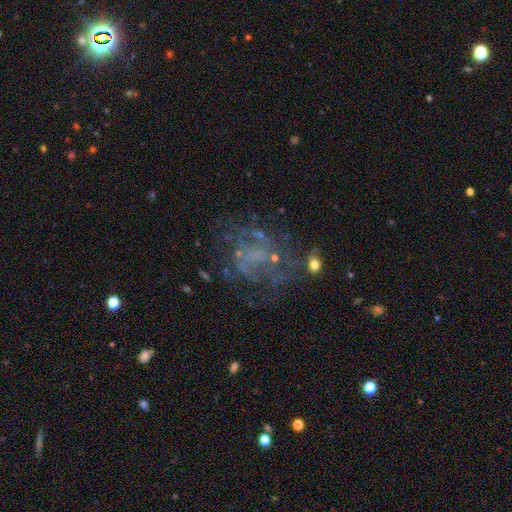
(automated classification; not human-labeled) smooth-or-featured: featured or disk: 61% | star or artifact: 23% | smooth: 17%
  disk-edge-on: no: 98% | yes: 2%
    bar: no: 77% | weak: 19% | strong: 5%
    has-spiral-arms: no: 52% | yes: 48%
    bulge-size: none: 68% | small: 20% | moderate: 9% | large: 2% | dominant: 1%
  merging: none: 52% | major disturbance: 28% | minor disturbance: 16% | merger: 5%